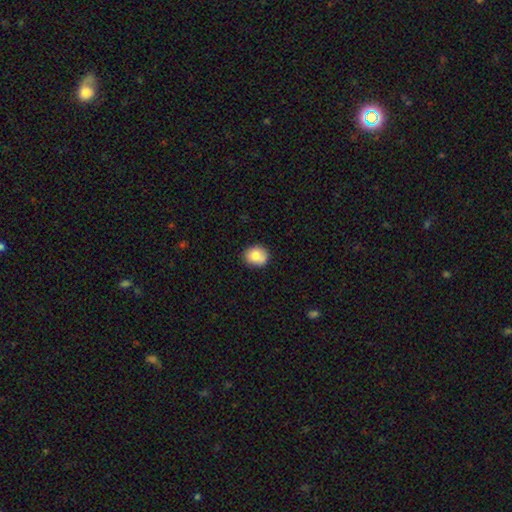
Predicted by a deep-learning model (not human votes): The model was most divided on "how rounded": round: 76%, in between: 23%, cigar-shaped: 1%. More confident: smooth or featured — smooth (79%); merging — none (79%).